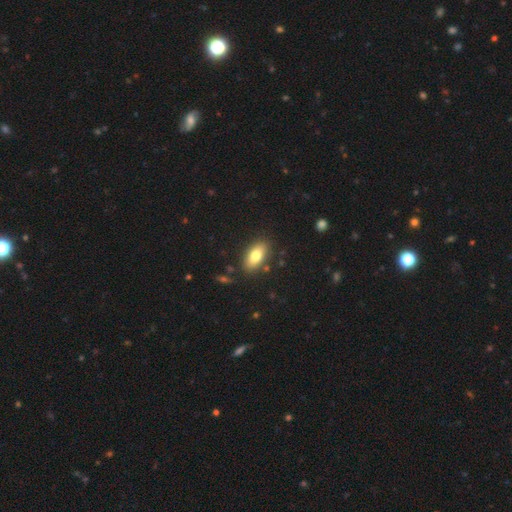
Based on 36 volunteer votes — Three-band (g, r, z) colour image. It shows a smooth galaxy with no disk features (83%) that is in between round and cigar-shaped (93%). Merging: none (88%).